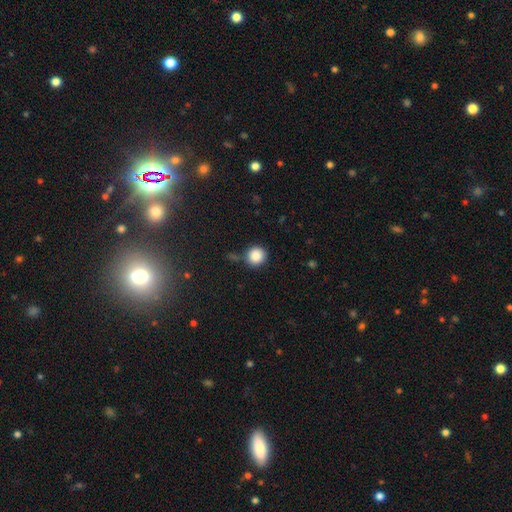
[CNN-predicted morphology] smooth 87%, star or artifact 9%, featured or disk 4%. Down the decision tree: how rounded — round (92%); merging — none (76%).